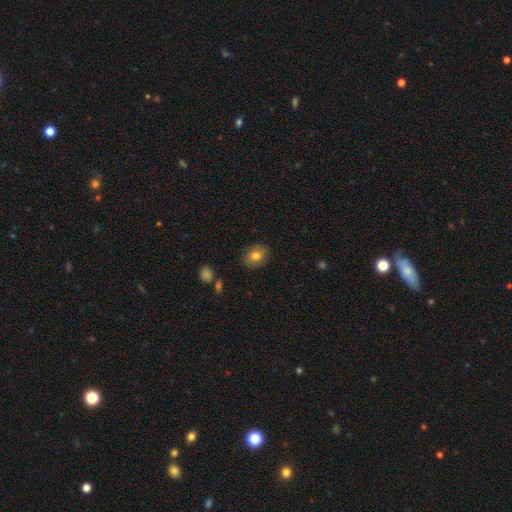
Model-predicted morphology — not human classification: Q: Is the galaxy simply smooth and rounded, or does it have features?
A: smooth — 78%.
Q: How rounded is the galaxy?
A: in between — 57%.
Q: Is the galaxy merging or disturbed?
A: none — 85%.